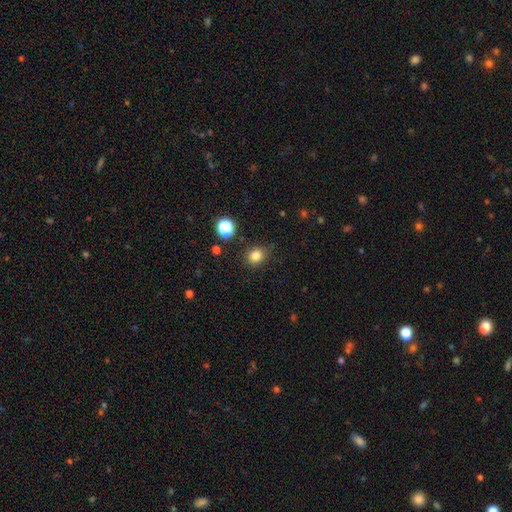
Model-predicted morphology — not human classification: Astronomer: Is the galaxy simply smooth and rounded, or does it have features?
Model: smooth — 82%.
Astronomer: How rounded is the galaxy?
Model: round — 72%.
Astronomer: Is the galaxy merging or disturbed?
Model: none — 82%.